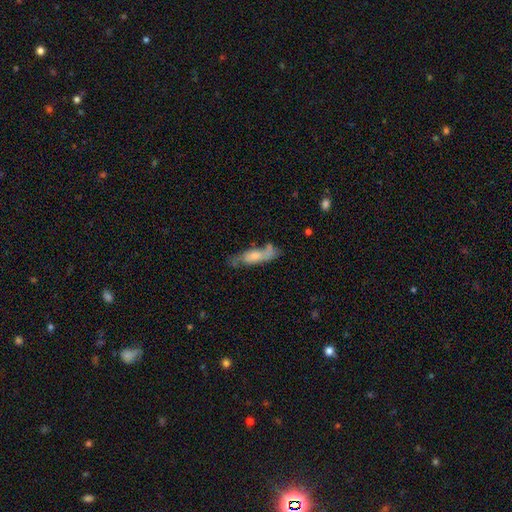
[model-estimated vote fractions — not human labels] A smooth galaxy with no disk features (56%) that is cigar-shaped (56%). Merging: none (49%).